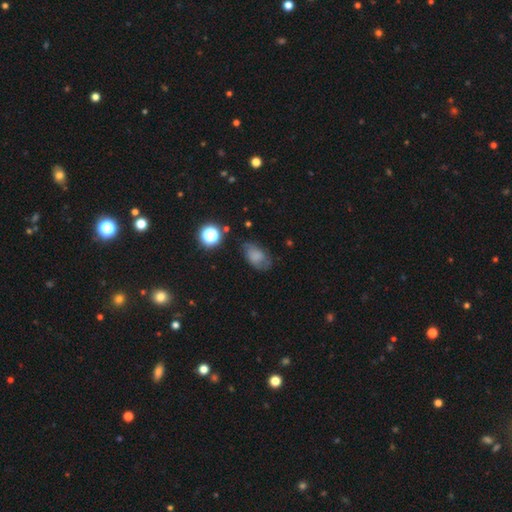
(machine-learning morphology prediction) The model was most divided on "merging": none: 57%, minor disturbance: 28%, major disturbance: 12%, merger: 2%. More confident: how rounded — in between (86%); smooth or featured — smooth (61%).